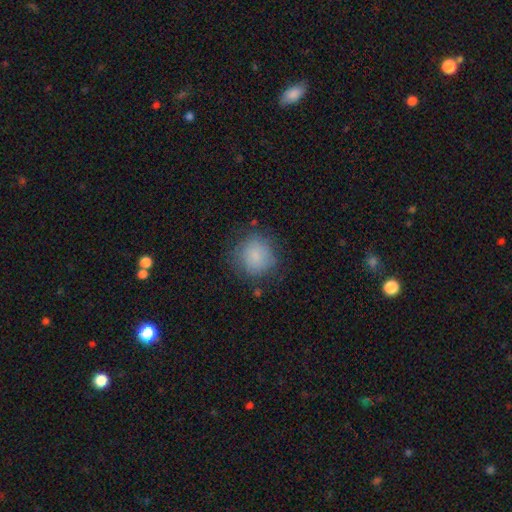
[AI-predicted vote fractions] The model was most divided on "merging": none: 74%, minor disturbance: 18%, major disturbance: 7%, merger: 2%. More confident: how rounded — round (89%); smooth or featured — smooth (84%).